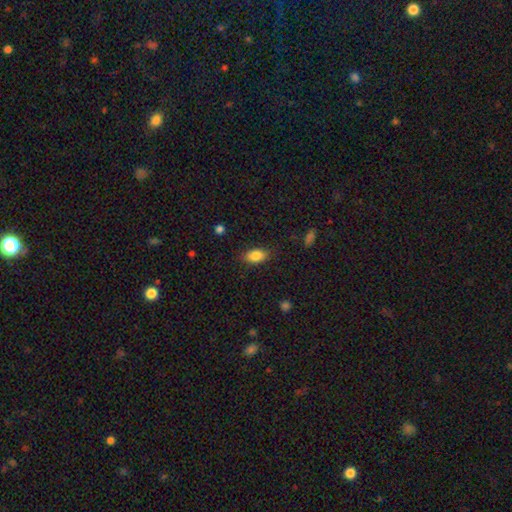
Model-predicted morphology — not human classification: This appears to be a smooth galaxy with no disk features (84%) that is in between round and cigar-shaped (89%). Merging: none (84%).